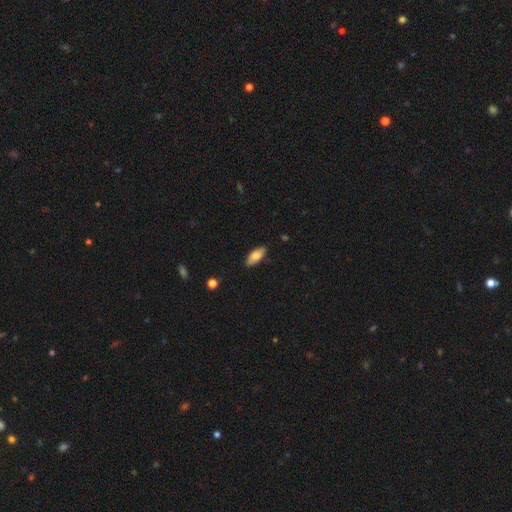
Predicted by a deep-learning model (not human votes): A smooth galaxy with no disk features (78%) that is in between round and cigar-shaped (85%).

Vote fractions:
- Smooth or featured? smooth: 78% / featured or disk: 16% / star or artifact: 6%
- How rounded? in between: 85% / cigar-shaped: 13% / round: 2%
- Merging? none: 86% / minor disturbance: 11% / major disturbance: 2% / merger: 1%